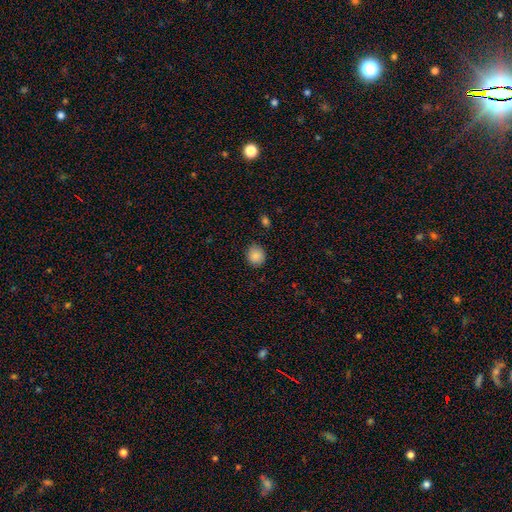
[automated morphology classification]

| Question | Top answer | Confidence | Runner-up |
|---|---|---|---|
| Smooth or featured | smooth | 88% | star or artifact (9%) |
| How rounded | round | 81% | in between (18%) |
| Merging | none | 84% | minor disturbance (12%) |